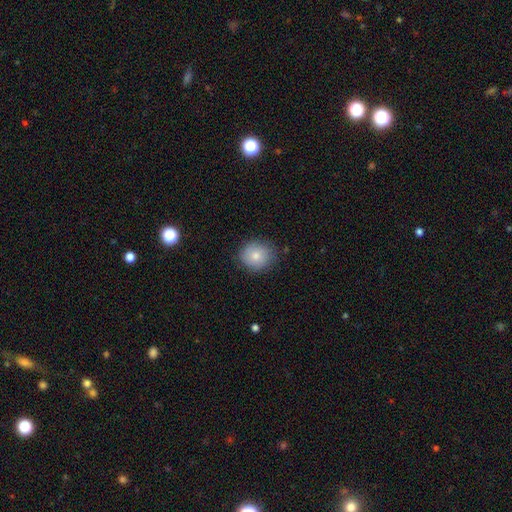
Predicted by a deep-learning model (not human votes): Morphology: type=smooth (79%); roundness=round (82%); merging=none (81%).